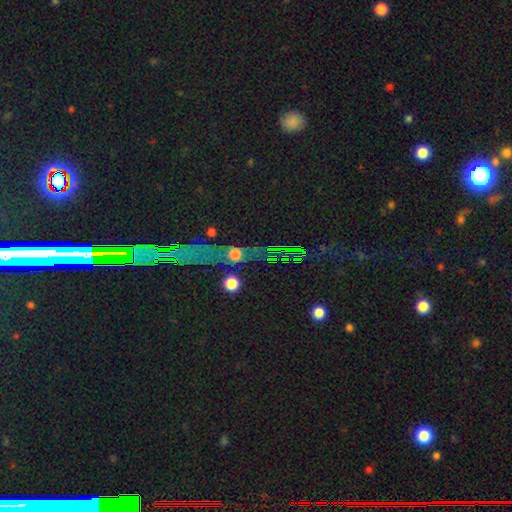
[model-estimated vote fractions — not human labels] The model was most divided on "smooth or featured": star or artifact: 78%, smooth: 12%, featured or disk: 10%.